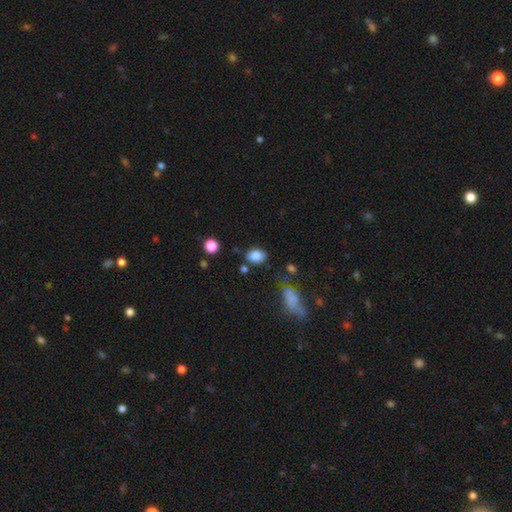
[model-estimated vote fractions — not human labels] Smooth or featured? smooth (85%)
How rounded? in between (72%)
Merging? none (73%)